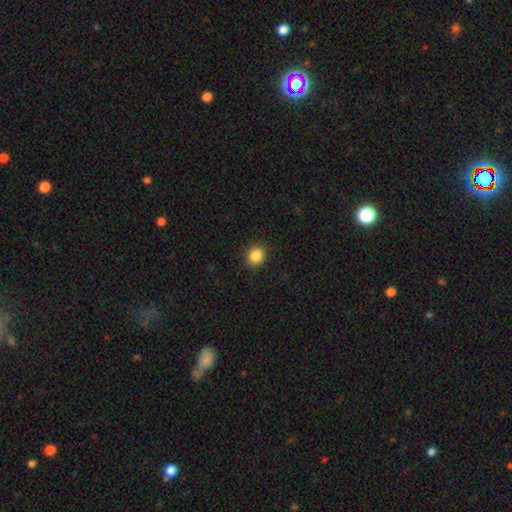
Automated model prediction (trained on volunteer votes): smooth_or_featured: smooth (p=0.86) [alt: star or artifact p=0.10]
how_rounded: round (p=0.78) [alt: in between p=0.21]
merging: none (p=0.90) [alt: minor disturbance p=0.07]